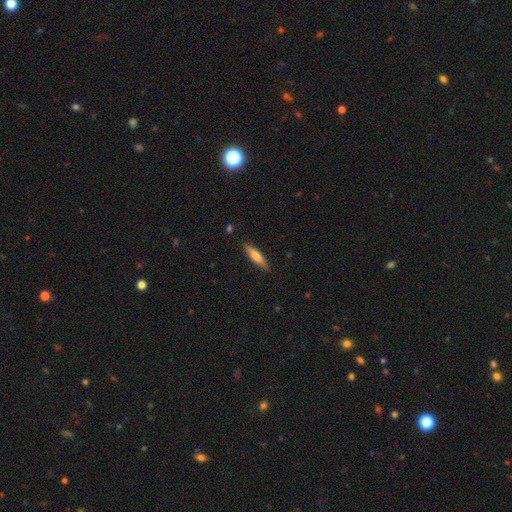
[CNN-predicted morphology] This appears to be a smooth galaxy with no disk features (62%) that is cigar-shaped (81%). Merging: none (88%).